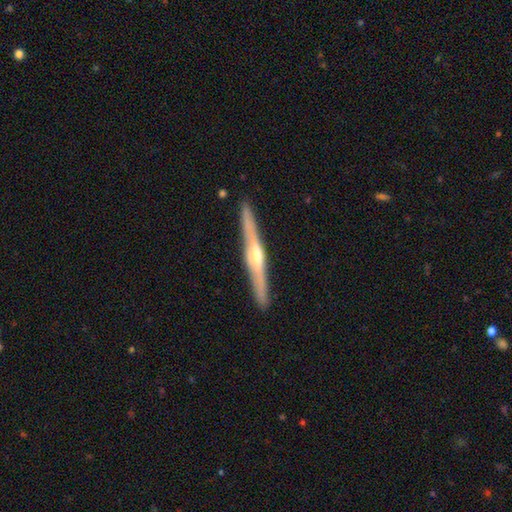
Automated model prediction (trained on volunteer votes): smooth-or-featured: featured or disk: 70% | smooth: 24% | star or artifact: 5%
  disk-edge-on: yes: 96% | no: 4%
    edge-on-bulge: rounded: 77% | boxy: 13% | none: 10%
  merging: none: 89% | minor disturbance: 8% | major disturbance: 2% | merger: 1%